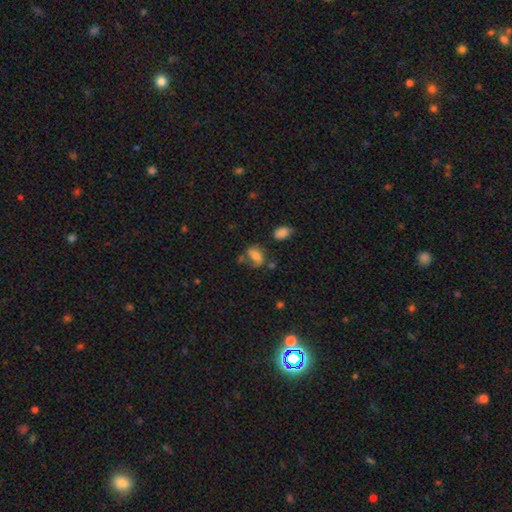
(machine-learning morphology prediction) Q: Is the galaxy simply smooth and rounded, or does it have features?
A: smooth — 60%.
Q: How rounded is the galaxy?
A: in between — 79%.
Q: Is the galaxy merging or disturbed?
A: none — 47%.